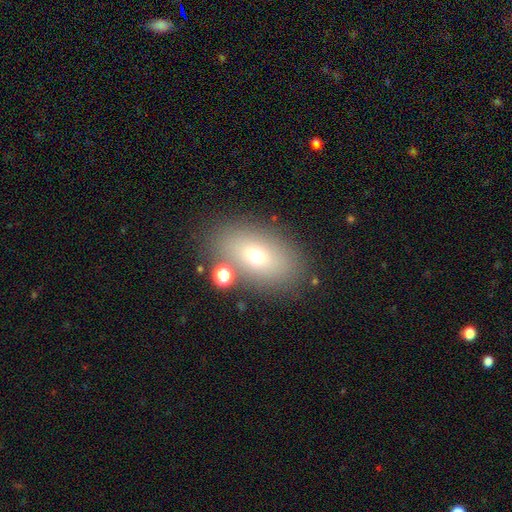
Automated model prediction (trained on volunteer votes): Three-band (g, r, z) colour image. It shows a smooth galaxy with no disk features (68%) that is in between round and cigar-shaped (86%). Merging: none (79%).